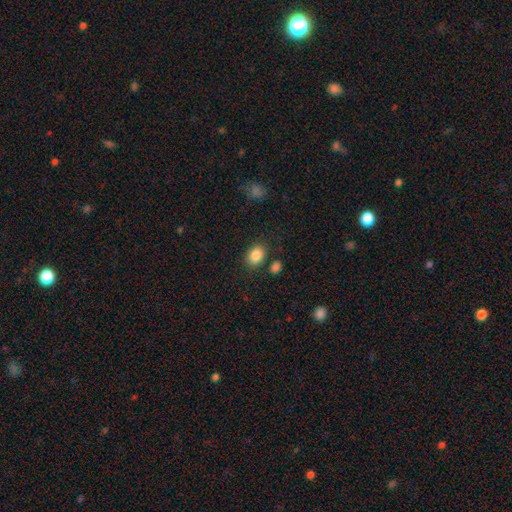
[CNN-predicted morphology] Smooth or featured? smooth (87%)
How rounded? in between (66%)
Merging? none (79%)